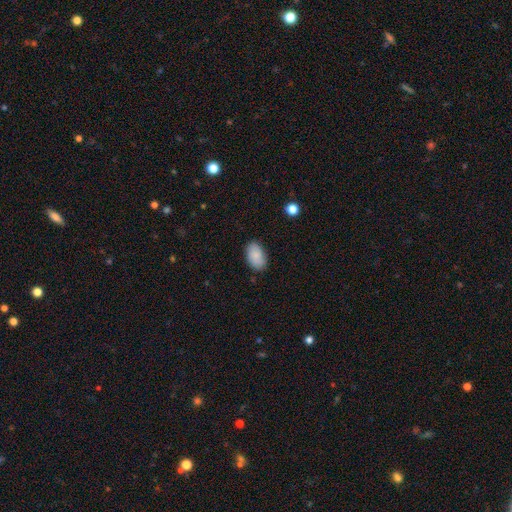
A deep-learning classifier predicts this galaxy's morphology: This appears to be a smooth galaxy with no disk features (86%) that is in between round and cigar-shaped (93%). Merging: none (83%).